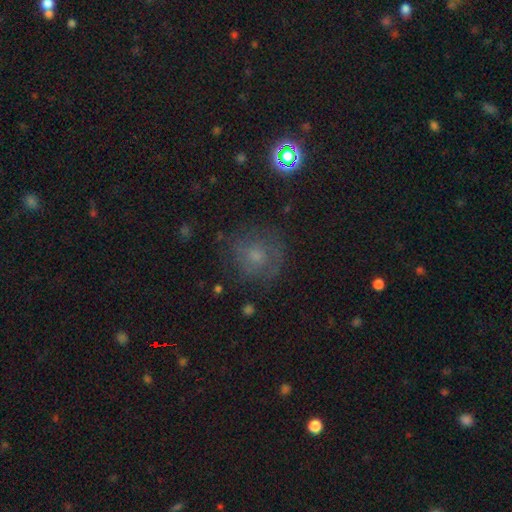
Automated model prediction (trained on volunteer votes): This is possibly a smooth galaxy (49%). Merging: likely none (72%).